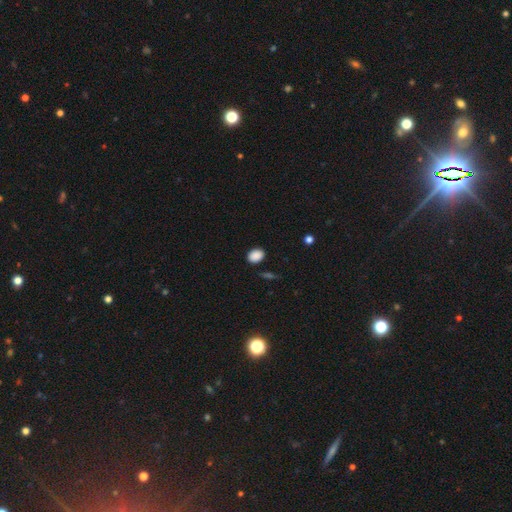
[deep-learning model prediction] smooth_or_featured: smooth (p=0.88) [alt: star or artifact p=0.09]
how_rounded: in between (p=0.67) [alt: round p=0.32]
merging: none (p=0.86) [alt: minor disturbance p=0.10]